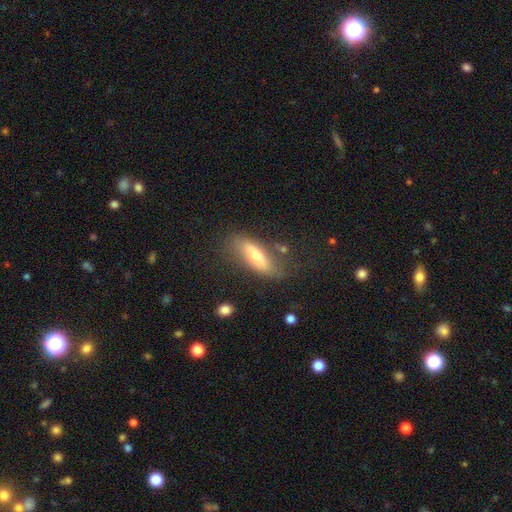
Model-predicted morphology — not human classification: Smooth or featured: smooth — 56% (featured or disk — 36%)
How rounded: in between — 51% (cigar-shaped — 46%)
Merging: none — 68% (minor disturbance — 20%)